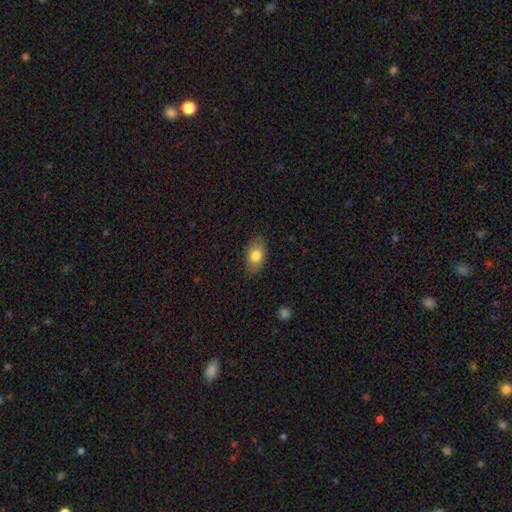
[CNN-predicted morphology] A smooth galaxy with no disk features (77%) that is in between round and cigar-shaped (89%). Merging: none (84%).